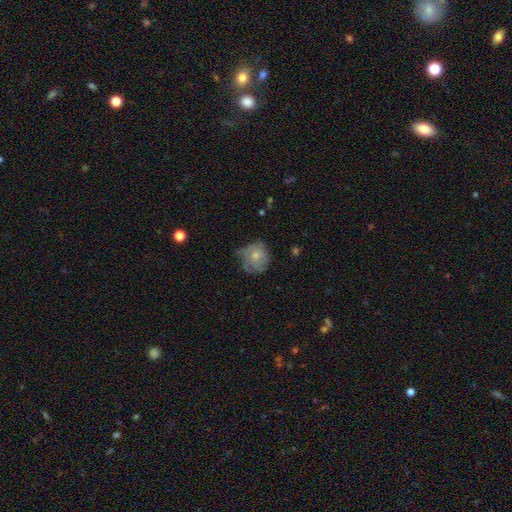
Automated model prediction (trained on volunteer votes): Overall: smooth (57%; featured or disk 35%). How rounded: round (84%). Merging: none (56%; minor disturbance 30%).